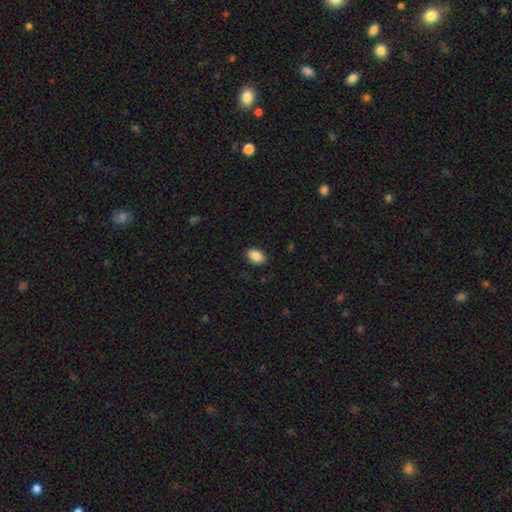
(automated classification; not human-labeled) This is clearly a smooth galaxy (88%). How rounded: clearly in between (85%). Merging: clearly none (88%).